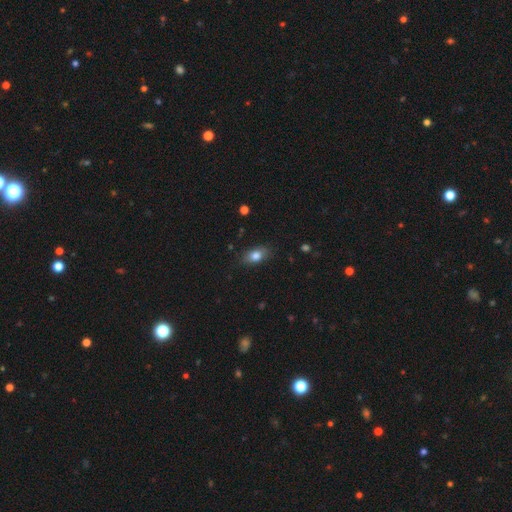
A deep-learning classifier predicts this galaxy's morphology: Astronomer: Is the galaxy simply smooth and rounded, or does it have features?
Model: smooth — 81%.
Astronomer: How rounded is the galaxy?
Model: in between — 85%.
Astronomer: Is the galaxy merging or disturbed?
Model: none — 83%.